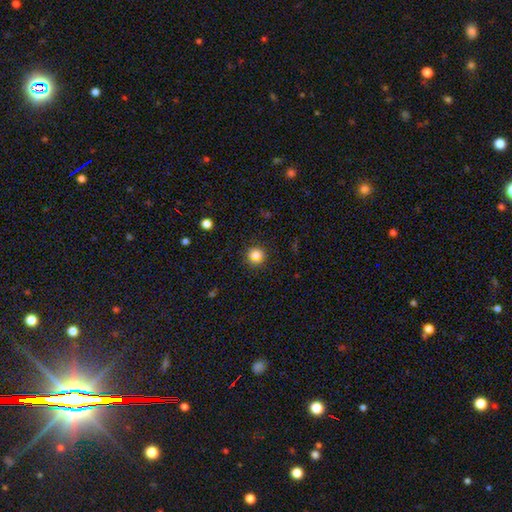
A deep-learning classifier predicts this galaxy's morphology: A smooth galaxy with no disk features (82%) that is round (93%). Merging: none (89%).